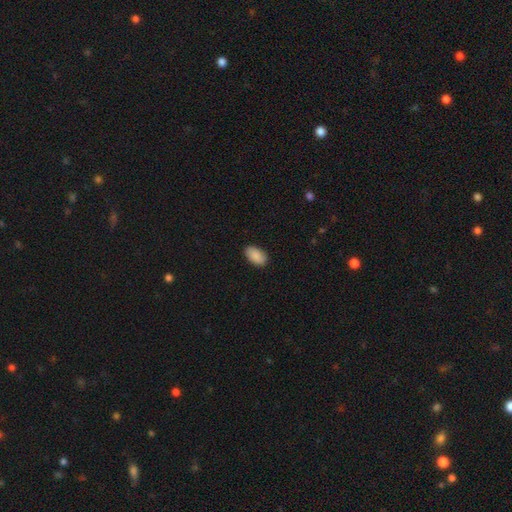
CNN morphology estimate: Smooth or featured: smooth — 90% (star or artifact — 6%)
How rounded: in between — 95% (round — 4%)
Merging: none — 89% (minor disturbance — 8%)